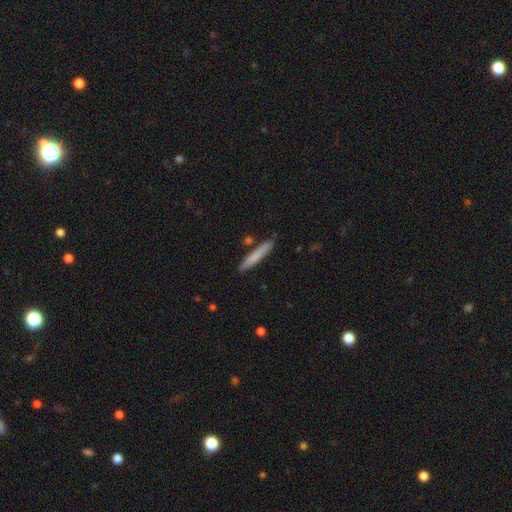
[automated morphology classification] A smooth galaxy with no disk features (74%) that is cigar-shaped (95%).

Vote fractions:
- Smooth or featured? smooth: 74% / featured or disk: 20% / star or artifact: 6%
- How rounded? cigar-shaped: 95% / in between: 4% / round: 1%
- Merging? none: 86% / minor disturbance: 9% / merger: 3% / major disturbance: 2%